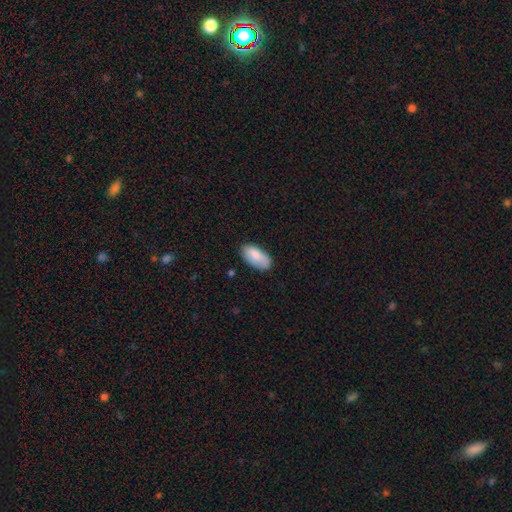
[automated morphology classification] This appears to be a smooth galaxy with no disk features (85%) that is in between round and cigar-shaped (95%). Merging: none (76%).